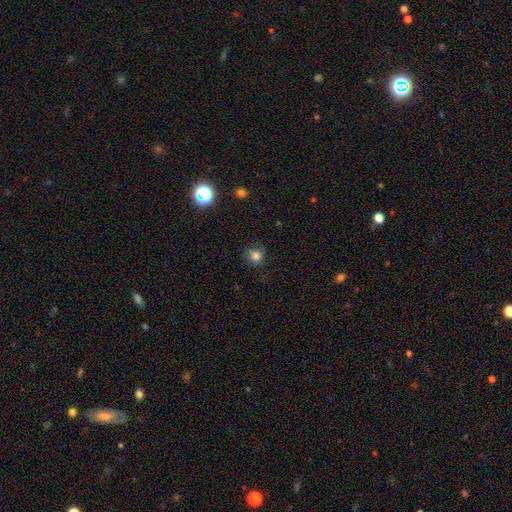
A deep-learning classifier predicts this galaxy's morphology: This is likely a smooth galaxy (76%). How rounded: likely round (78%). Merging: likely none (67%).